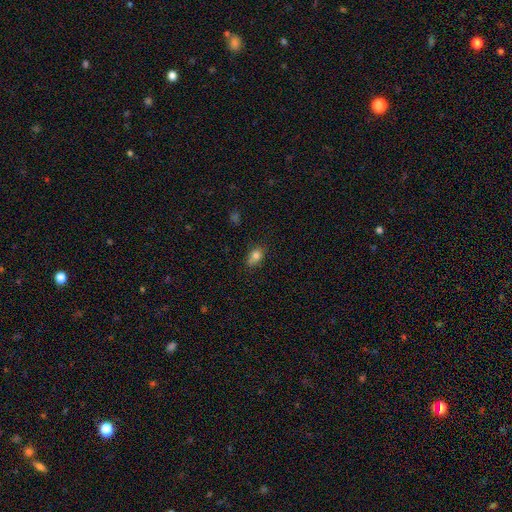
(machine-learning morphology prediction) A smooth galaxy with no disk features (79%) that is in between round and cigar-shaped (70%). Merging: none (59%).